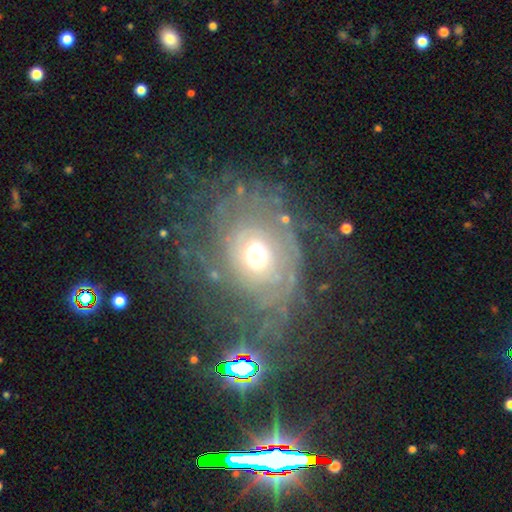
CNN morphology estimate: smooth-or-featured: featured or disk: 73% | smooth: 17% | star or artifact: 11%
  disk-edge-on: no: 96% | yes: 4%
    bar: no: 81% | weak: 15% | strong: 5%
    has-spiral-arms: yes: 73% | no: 27%
      spiral-winding: tight: 60% | medium: 25% | loose: 15%
      spiral-arm-count: can't tell: 49% | 2: 16% | 3: 10% | more than 4: 9% | 4: 8% | 1: 8%
    bulge-size: moderate: 64% | large: 18% | small: 15% | dominant: 2% | none: 1%
  merging: none: 58% | major disturbance: 22% | minor disturbance: 17% | merger: 3%